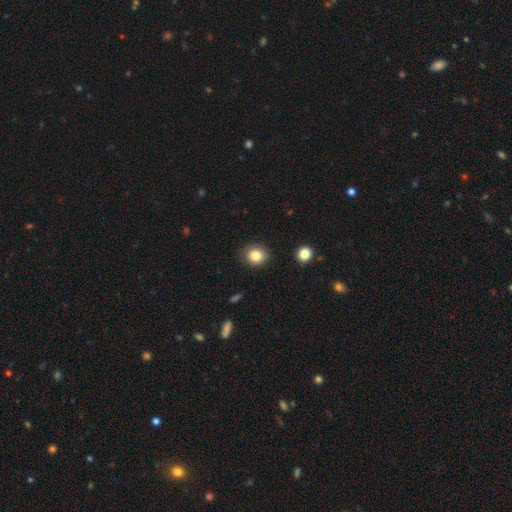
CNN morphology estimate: Smooth or featured?
  - smooth: 83% *
  - star or artifact: 10%
  - featured or disk: 7%
How rounded?
  - round: 75% *
  - in between: 24%
  - cigar-shaped: 1%
Merging?
  - none: 87% *
  - minor disturbance: 9%
  - major disturbance: 2%
  - merger: 2%